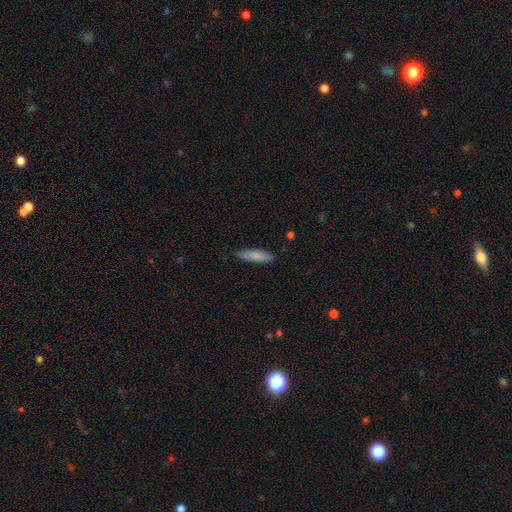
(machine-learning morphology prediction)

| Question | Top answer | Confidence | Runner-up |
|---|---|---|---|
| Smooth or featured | smooth | 83% | featured or disk (11%) |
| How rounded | cigar-shaped | 67% | in between (31%) |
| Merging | none | 85% | minor disturbance (12%) |